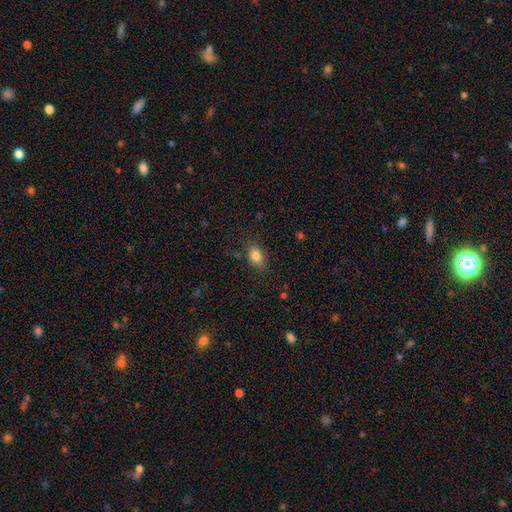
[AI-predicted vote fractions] Morphology: type=smooth (82%); roundness=in between (80%); merging=none (80%).